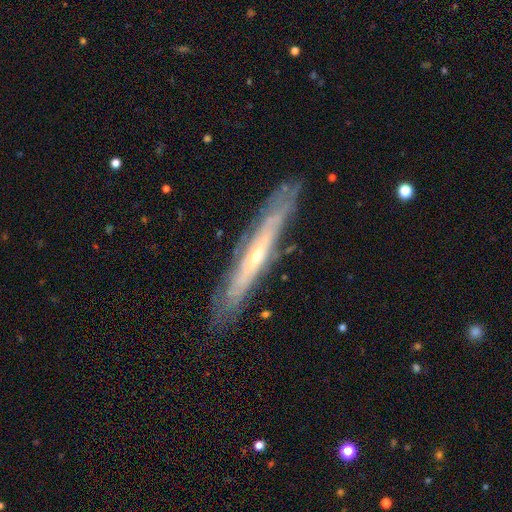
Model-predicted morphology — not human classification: A featured or disk galaxy (76%) viewed edge-on (72%) with a rounded central bulge (66%). Merging: none (83%).